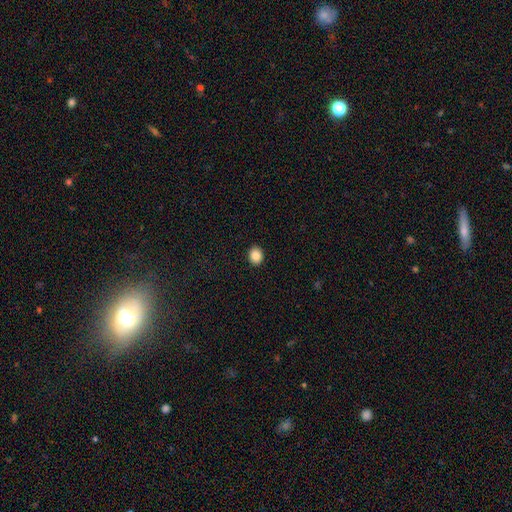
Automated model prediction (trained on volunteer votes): smooth-or-featured: smooth: 87% | star or artifact: 9% | featured or disk: 4%
  how-rounded: round: 55% | in between: 44% | cigar-shaped: 1%
  merging: none: 92% | minor disturbance: 6% | major disturbance: 2% | merger: 1%